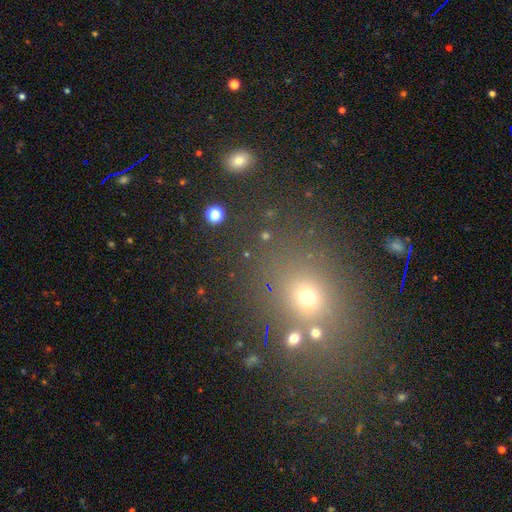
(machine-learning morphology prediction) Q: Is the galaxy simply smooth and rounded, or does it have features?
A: smooth — 49%.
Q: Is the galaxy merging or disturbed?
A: none — 76%.